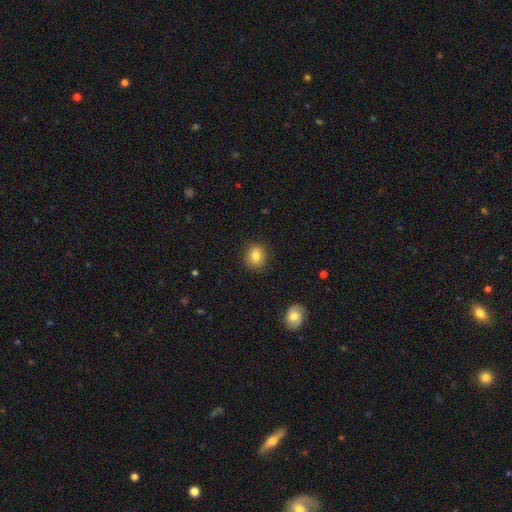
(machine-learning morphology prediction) smooth-or-featured: smooth: 82% | star or artifact: 10% | featured or disk: 8%
  how-rounded: round: 75% | in between: 24% | cigar-shaped: 1%
  merging: none: 87% | minor disturbance: 9% | major disturbance: 2% | merger: 1%